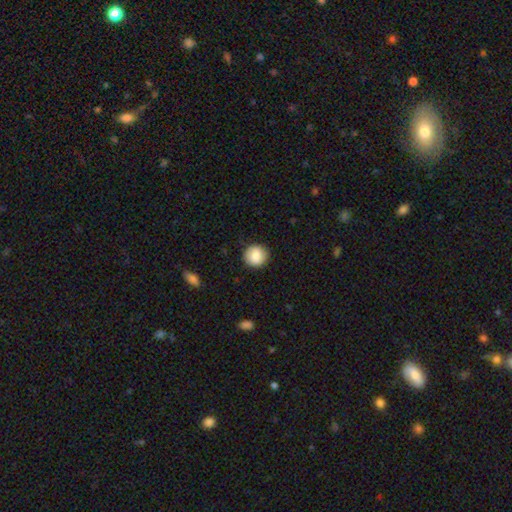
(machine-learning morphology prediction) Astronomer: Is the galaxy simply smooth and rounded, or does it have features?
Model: smooth — 82%.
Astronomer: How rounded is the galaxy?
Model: round — 88%.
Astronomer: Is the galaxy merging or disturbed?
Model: none — 88%.